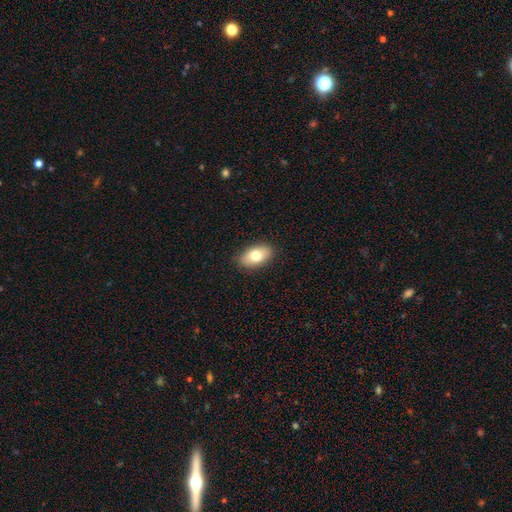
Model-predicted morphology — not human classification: type=smooth (77%); roundness=in between (91%); merging=none (88%).